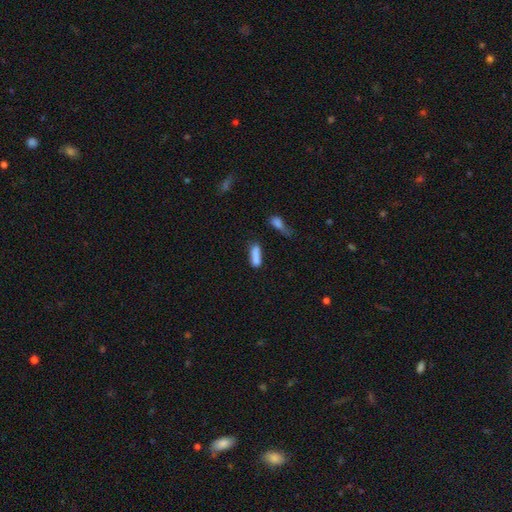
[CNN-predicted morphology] type=smooth (80%); roundness=cigar-shaped (51%); merging=none (44%).